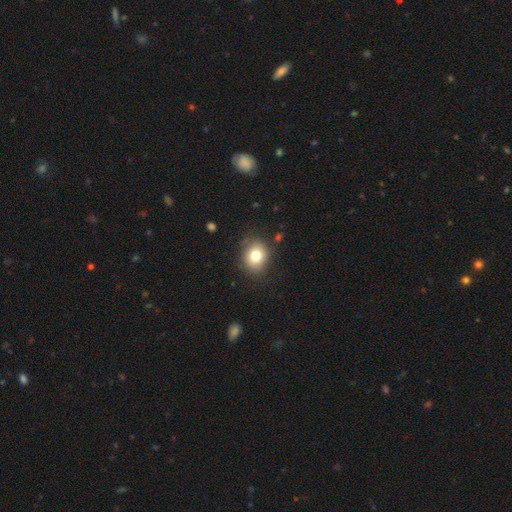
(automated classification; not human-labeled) smooth_or_featured: smooth (p=0.79) [alt: featured or disk p=0.10]
how_rounded: round (p=0.54) [alt: in between p=0.45]
merging: none (p=0.82) [alt: minor disturbance p=0.12]